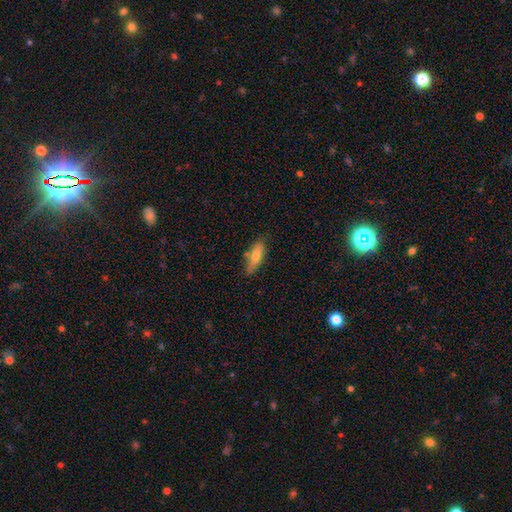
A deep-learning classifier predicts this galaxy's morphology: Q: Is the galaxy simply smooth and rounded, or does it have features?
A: smooth — 62%.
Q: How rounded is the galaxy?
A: in between — 56%.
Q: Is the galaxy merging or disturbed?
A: none — 71%.